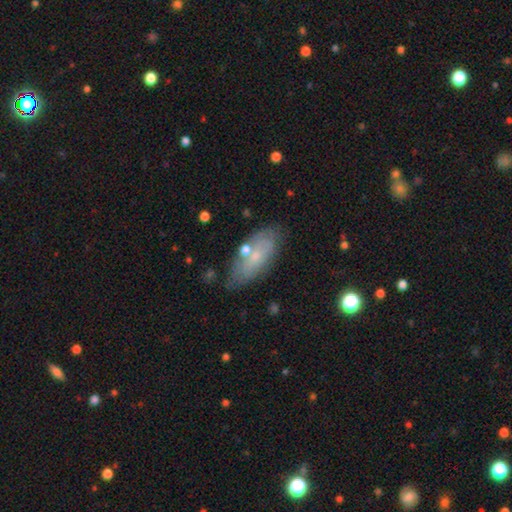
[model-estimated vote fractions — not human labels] This appears to be a smooth galaxy with no disk features (56%) that is in between round and cigar-shaped (80%). Merging: none (71%).